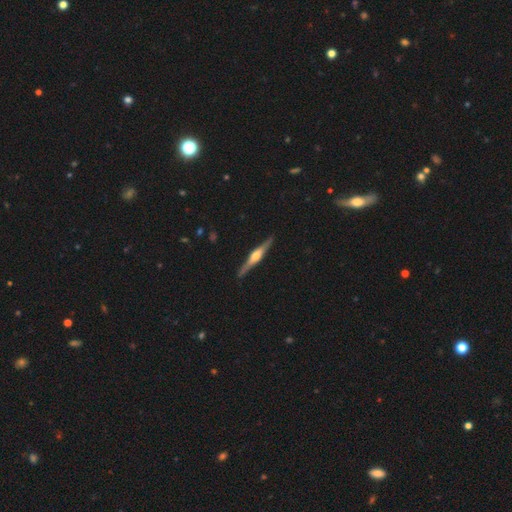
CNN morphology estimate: Overall: featured or disk (79%). Edge-on disk: yes (98%). Edge-on bulge: rounded (89%). Merging: none (91%).